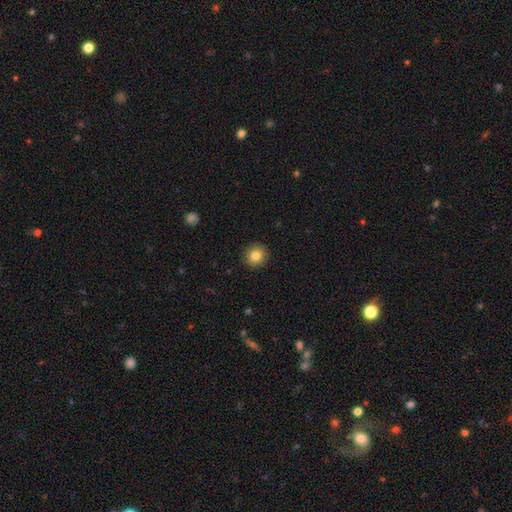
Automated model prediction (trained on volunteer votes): This is clearly a smooth galaxy (82%). How rounded: clearly round (92%). Merging: clearly none (92%).